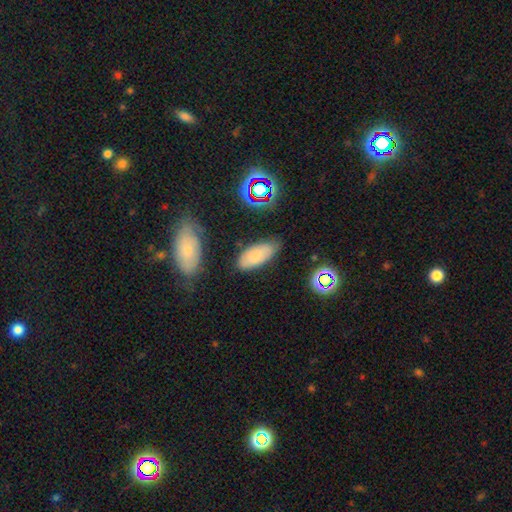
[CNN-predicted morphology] Smooth or featured? smooth (75%)
How rounded? in between (86%)
Merging? none (75%)